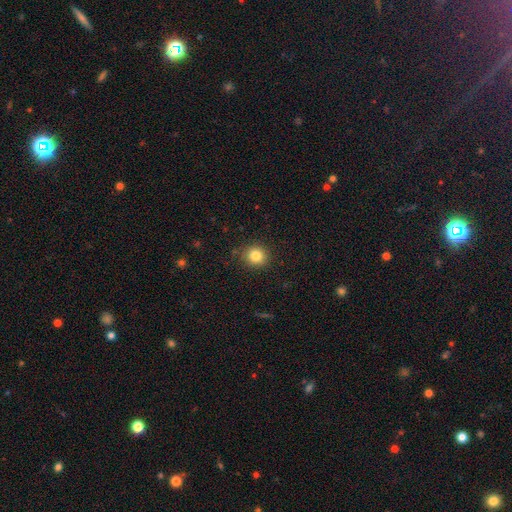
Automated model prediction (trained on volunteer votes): smooth_or_featured: smooth (p=0.84) [alt: star or artifact p=0.11]
how_rounded: round (p=0.86) [alt: in between p=0.13]
merging: none (p=0.86) [alt: minor disturbance p=0.10]